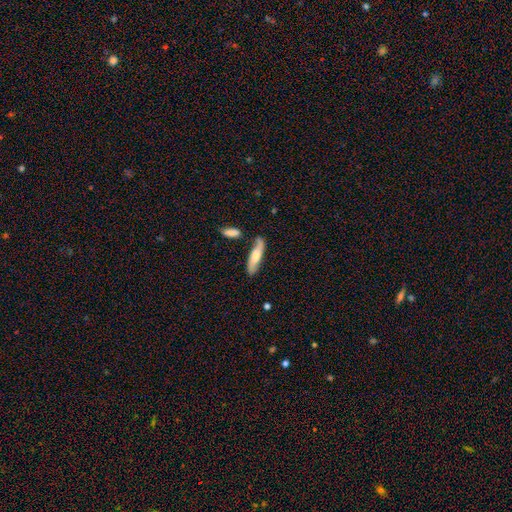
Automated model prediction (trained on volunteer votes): Overall: smooth (56%; featured or disk 39%). How rounded: cigar-shaped (71%). Merging: none (70%).